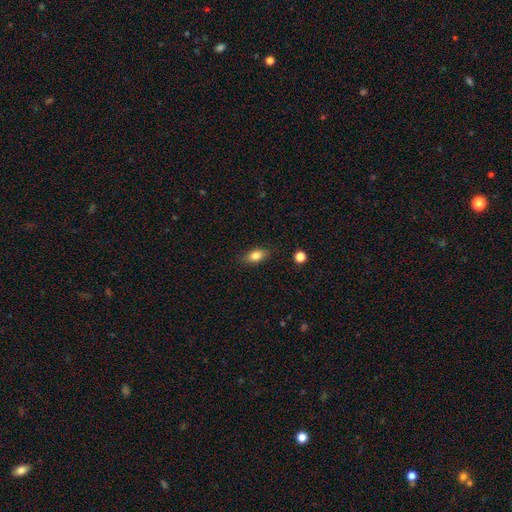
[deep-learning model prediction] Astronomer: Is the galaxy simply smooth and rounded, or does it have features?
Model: smooth — 80%.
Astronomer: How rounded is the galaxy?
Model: in between — 84%.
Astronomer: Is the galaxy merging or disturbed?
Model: none — 85%.